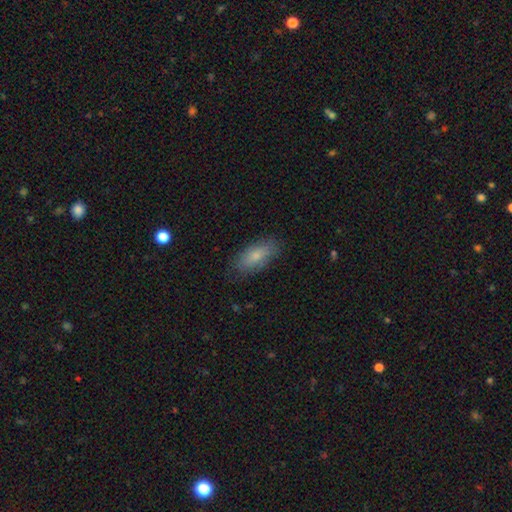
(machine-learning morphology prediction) Smooth or featured?
  - smooth: 78% *
  - featured or disk: 15%
  - star or artifact: 7%
How rounded?
  - in between: 83% *
  - cigar-shaped: 14%
  - round: 3%
Merging?
  - none: 80% *
  - minor disturbance: 15%
  - major disturbance: 4%
  - merger: 1%